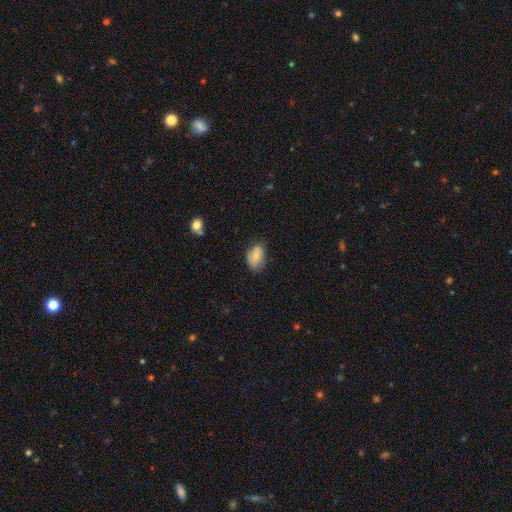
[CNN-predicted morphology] Smooth or featured?
  - smooth: 75% *
  - featured or disk: 17%
  - star or artifact: 8%
How rounded?
  - in between: 84% *
  - round: 15%
  - cigar-shaped: 1%
Merging?
  - none: 62% *
  - minor disturbance: 30%
  - major disturbance: 7%
  - merger: 2%